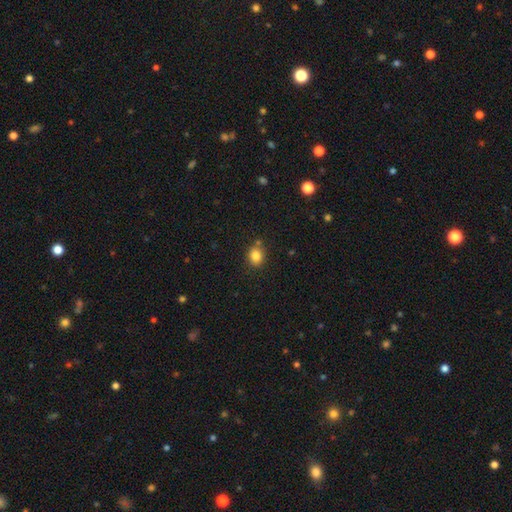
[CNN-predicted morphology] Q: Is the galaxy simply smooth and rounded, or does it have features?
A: smooth — 84%.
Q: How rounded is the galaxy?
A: round — 62%.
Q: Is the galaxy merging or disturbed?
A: none — 77%.